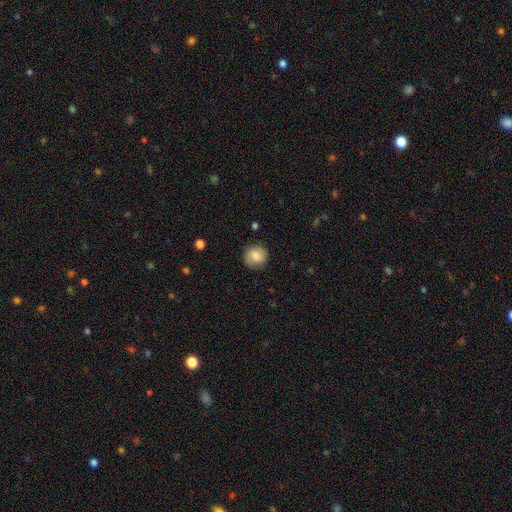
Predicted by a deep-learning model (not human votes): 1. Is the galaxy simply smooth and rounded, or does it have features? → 77% smooth, 15% featured or disk, 8% star or artifact.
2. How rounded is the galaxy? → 89% round, 10% in between, 1% cigar-shaped.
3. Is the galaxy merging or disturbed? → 85% none, 11% minor disturbance, 3% major disturbance, 1% merger.